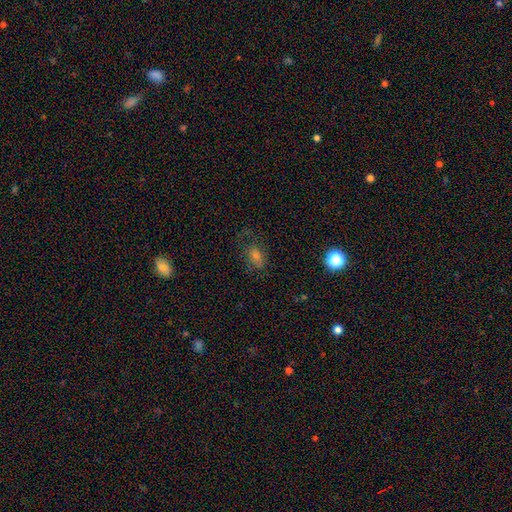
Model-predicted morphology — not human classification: Smooth or featured: smooth — 58% (featured or disk — 22%)
How rounded: in between — 76% (round — 22%)
Merging: none — 63% (minor disturbance — 20%)